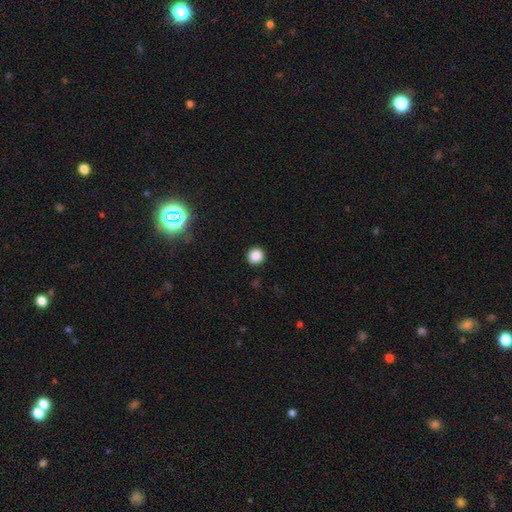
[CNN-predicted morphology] Smooth or featured? Predicted: smooth (p=0.87). How rounded? Predicted: round (p=0.95). Merging? Predicted: none (p=0.93).